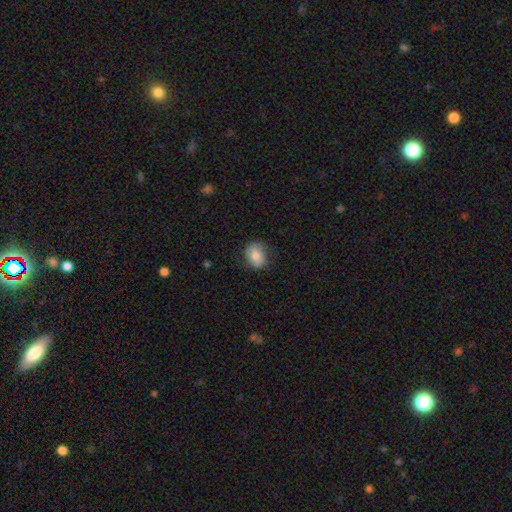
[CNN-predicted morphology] smooth 78%, featured or disk 13%, star or artifact 9%. Down the decision tree: how rounded — round (51%); merging — none (78%).